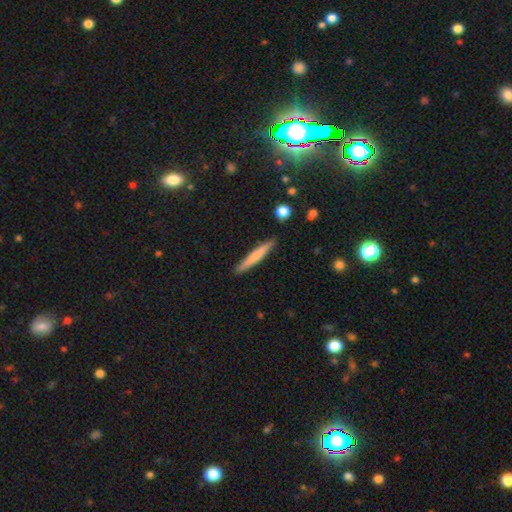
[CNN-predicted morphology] Smooth or featured? Predicted: smooth (p=0.67). How rounded? Predicted: cigar-shaped (p=0.95). Merging? Predicted: none (p=0.90).